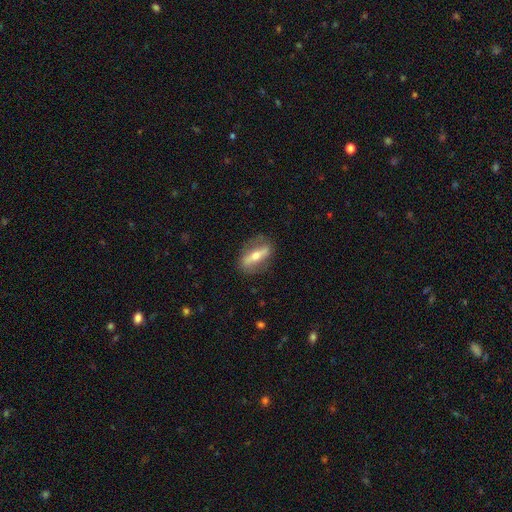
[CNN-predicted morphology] Smooth or featured?
  - featured or disk: 60% *
  - smooth: 33%
  - star or artifact: 7%
Edge-on disk?
  - yes: 52% *
  - no: 48%
Merging?
  - none: 80% *
  - minor disturbance: 13%
  - major disturbance: 5%
  - merger: 1%